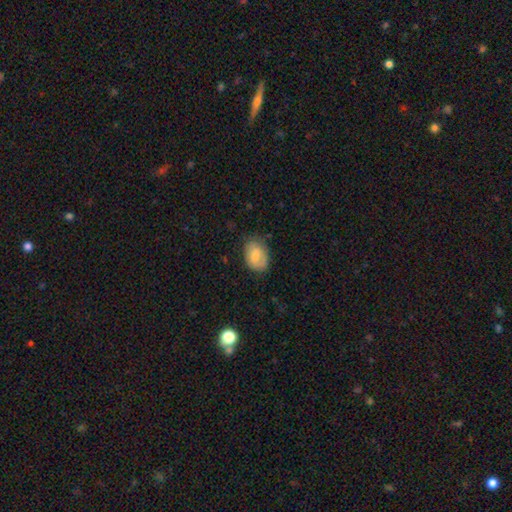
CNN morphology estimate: The model was most divided on "merging": none: 67%, minor disturbance: 25%, major disturbance: 6%, merger: 1%. More confident: how rounded — in between (83%); smooth or featured — smooth (75%).